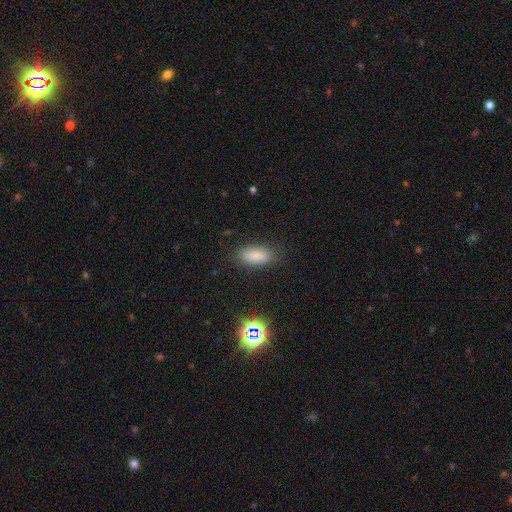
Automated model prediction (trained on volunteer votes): Q: Smooth or featured?
A: smooth (84%); runner-up: star or artifact (10%)
Q: How rounded?
A: in between (87%); runner-up: cigar-shaped (10%)
Q: Merging?
A: none (83%); runner-up: minor disturbance (12%)